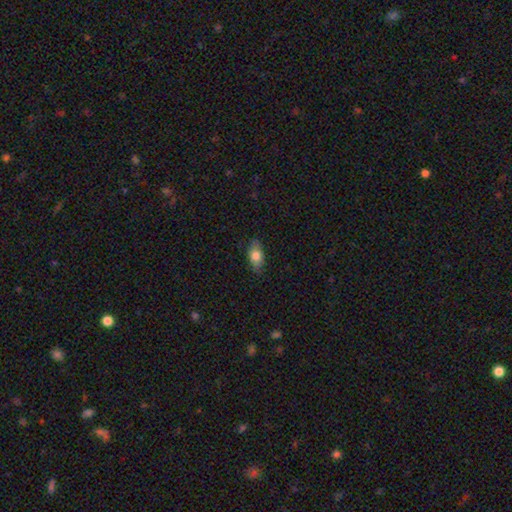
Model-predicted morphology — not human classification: smooth_or_featured: smooth (p=0.76) [alt: featured or disk p=0.17]
how_rounded: in between (p=0.86) [alt: cigar-shaped p=0.07]
merging: none (p=0.83) [alt: minor disturbance p=0.13]